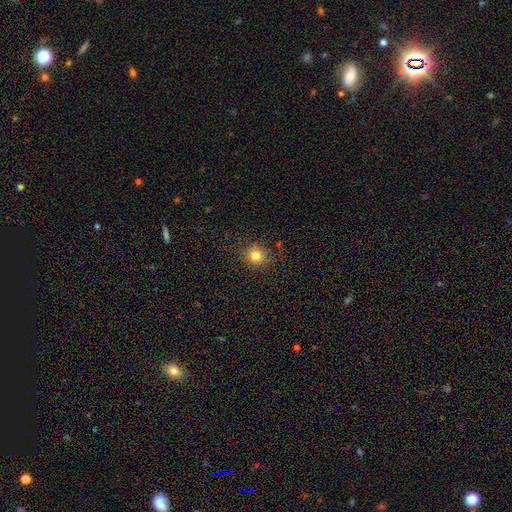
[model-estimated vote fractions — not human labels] Q: Smooth or featured?
A: smooth (80%); runner-up: star or artifact (14%)
Q: How rounded?
A: round (85%); runner-up: in between (14%)
Q: Merging?
A: none (84%); runner-up: minor disturbance (11%)